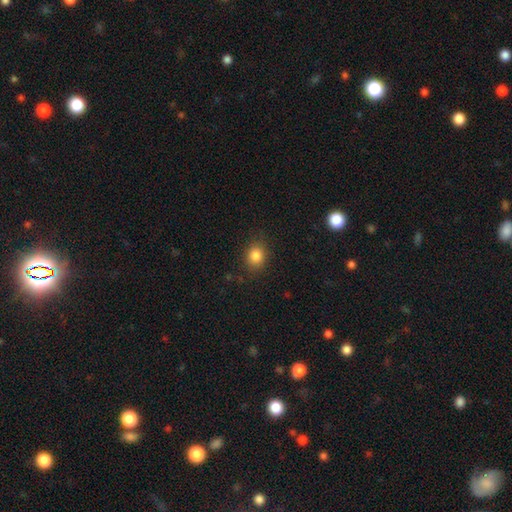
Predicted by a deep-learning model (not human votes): A smooth galaxy with no disk features (84%) that is round (56%).

Vote fractions:
- Smooth or featured? smooth: 84% / star or artifact: 11% / featured or disk: 6%
- How rounded? round: 56% / in between: 43% / cigar-shaped: 1%
- Merging? none: 85% / minor disturbance: 10% / major disturbance: 3% / merger: 1%